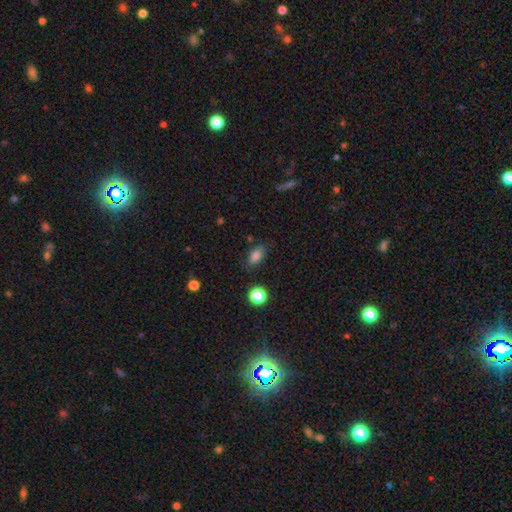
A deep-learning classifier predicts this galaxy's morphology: The model was most divided on "merging": none: 78%, minor disturbance: 15%, major disturbance: 4%, merger: 3%. More confident: how rounded — in between (85%); smooth or featured — smooth (82%).